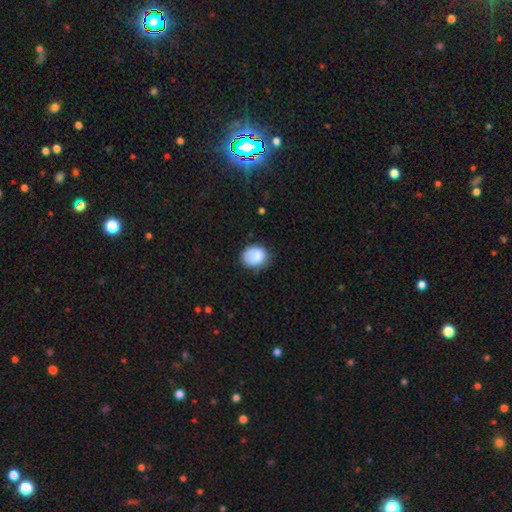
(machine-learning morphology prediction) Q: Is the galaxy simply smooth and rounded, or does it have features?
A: smooth — 84%.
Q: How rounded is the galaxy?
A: round — 59%.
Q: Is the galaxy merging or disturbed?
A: none — 67%.